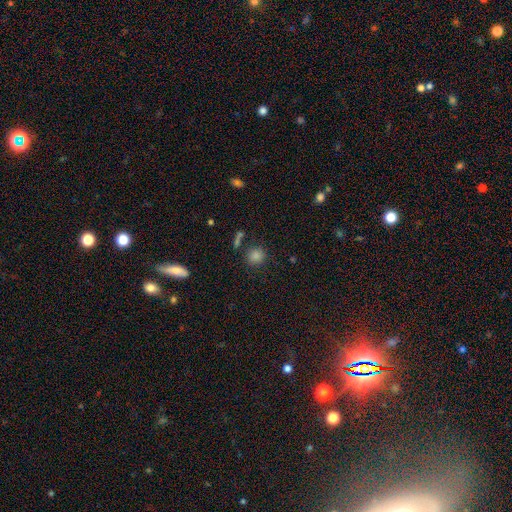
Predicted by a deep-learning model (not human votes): This appears to be a smooth galaxy with no disk features (79%) that is round (86%). Merging: none (79%).